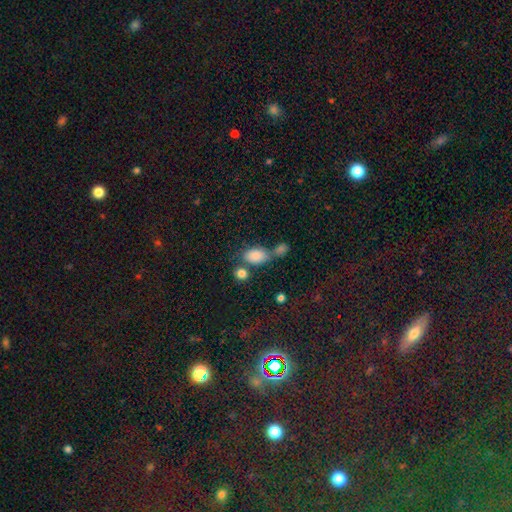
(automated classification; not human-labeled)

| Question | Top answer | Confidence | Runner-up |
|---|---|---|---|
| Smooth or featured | smooth | 84% | star or artifact (9%) |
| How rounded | in between | 88% | round (10%) |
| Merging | none | 43% | merger (37%) |